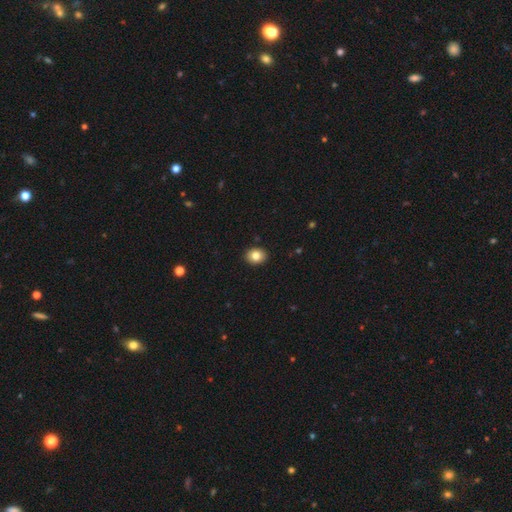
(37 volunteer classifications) Smooth or featured? 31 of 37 (84%) said smooth. How rounded? 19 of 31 (61%) said in between. Merging? 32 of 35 (91%) said none.